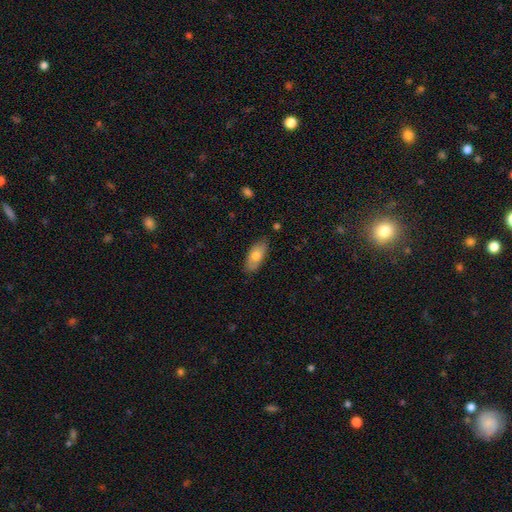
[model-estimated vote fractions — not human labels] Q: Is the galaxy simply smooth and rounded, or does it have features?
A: smooth — 71%.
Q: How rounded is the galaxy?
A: in between — 87%.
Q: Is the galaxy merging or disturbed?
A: none — 81%.